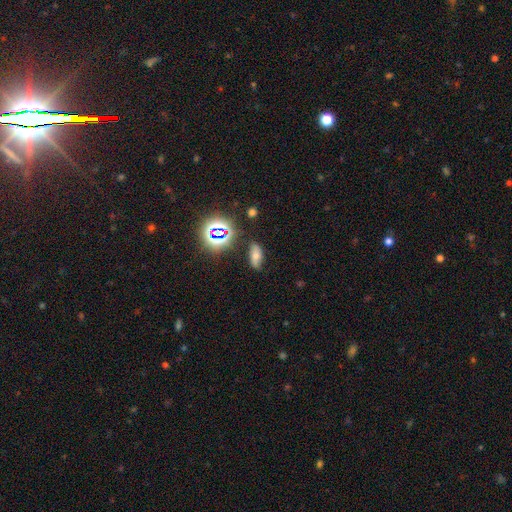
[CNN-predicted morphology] Smooth or featured: smooth — 48% (featured or disk — 26%)
Merging: none — 74% (minor disturbance — 18%)